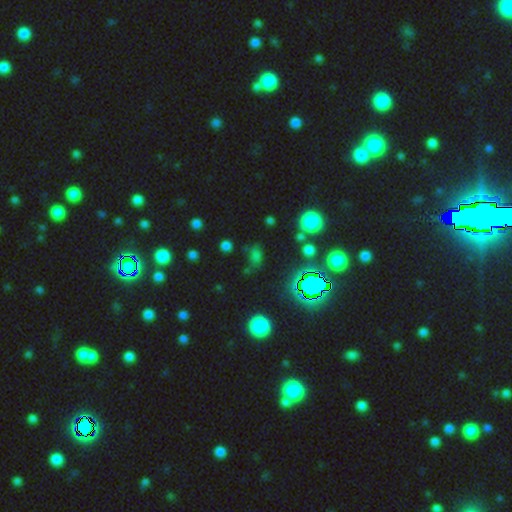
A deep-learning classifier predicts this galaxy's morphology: The model was most divided on "smooth or featured": smooth: 51%, star or artifact: 39%, featured or disk: 10%. More confident: merging — none (66%); how rounded — in between (54%).